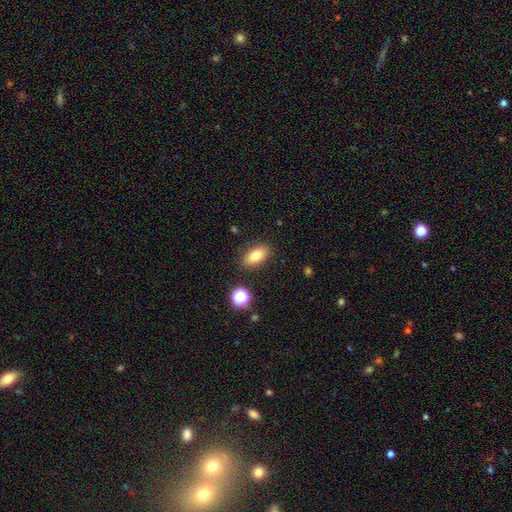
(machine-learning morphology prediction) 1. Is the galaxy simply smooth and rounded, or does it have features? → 80% smooth, 10% featured or disk, 9% star or artifact.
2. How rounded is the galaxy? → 87% in between, 7% cigar-shaped, 6% round.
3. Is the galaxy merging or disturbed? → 86% none, 9% minor disturbance, 3% major disturbance, 2% merger.